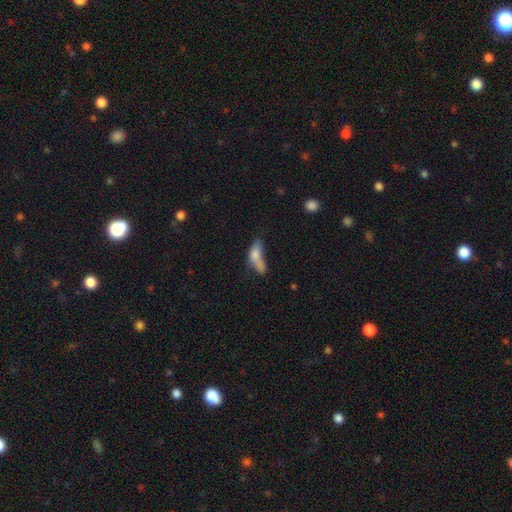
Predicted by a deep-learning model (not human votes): The model was most divided on "merging": merger: 37%, major disturbance: 22%, none: 22%, minor disturbance: 19%. More confident: smooth or featured — smooth (67%); how rounded — in between (65%).